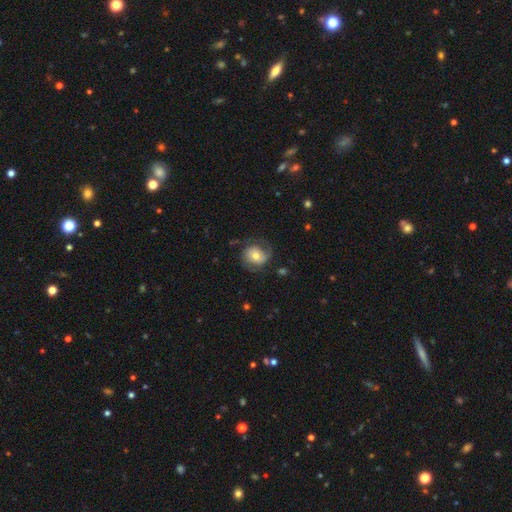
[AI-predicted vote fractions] Morphology: type=featured or disk (55%); edge-on=no (97%); bar=no (67%); spiral arms=yes (84%); bulge=moderate (63%); merging=none (65%).